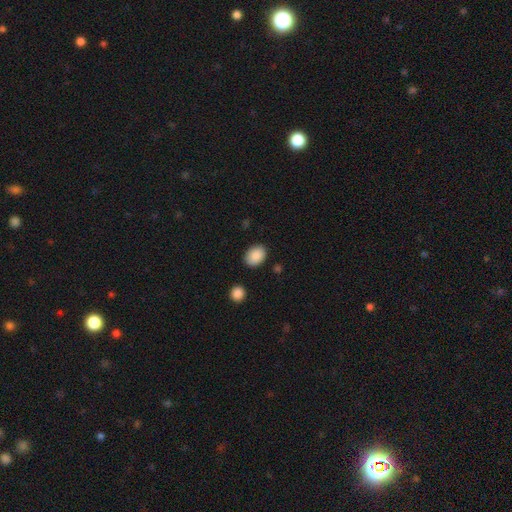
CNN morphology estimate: Smooth or featured? Predicted: smooth (p=0.89). How rounded? Predicted: in between (p=0.74). Merging? Predicted: none (p=0.86).